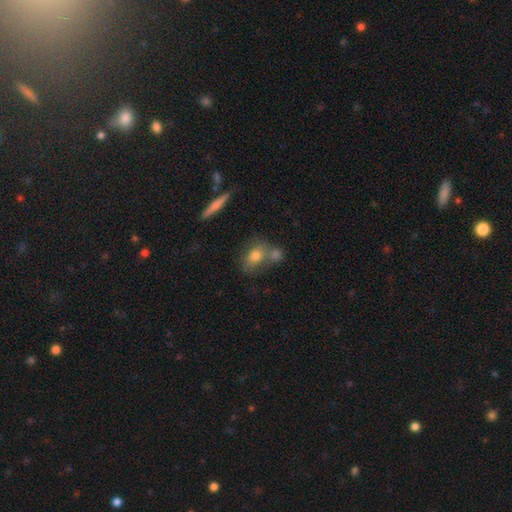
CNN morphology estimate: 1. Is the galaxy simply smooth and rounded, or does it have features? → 70% smooth, 20% featured or disk, 10% star or artifact.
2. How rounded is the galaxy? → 63% in between, 33% round, 4% cigar-shaped.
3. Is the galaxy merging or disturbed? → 42% none, 38% merger, 14% minor disturbance, 6% major disturbance.